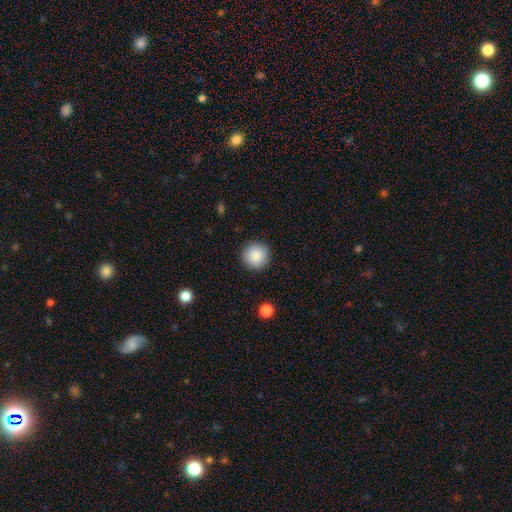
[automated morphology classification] This appears to be a smooth galaxy with no disk features (88%) that is round (95%). Merging: none (92%).